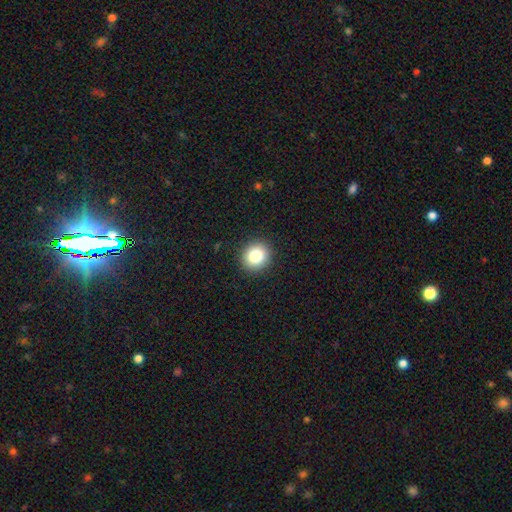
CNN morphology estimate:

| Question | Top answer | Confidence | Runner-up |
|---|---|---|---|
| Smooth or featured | smooth | 83% | star or artifact (10%) |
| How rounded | round | 84% | in between (15%) |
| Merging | none | 91% | minor disturbance (6%) |